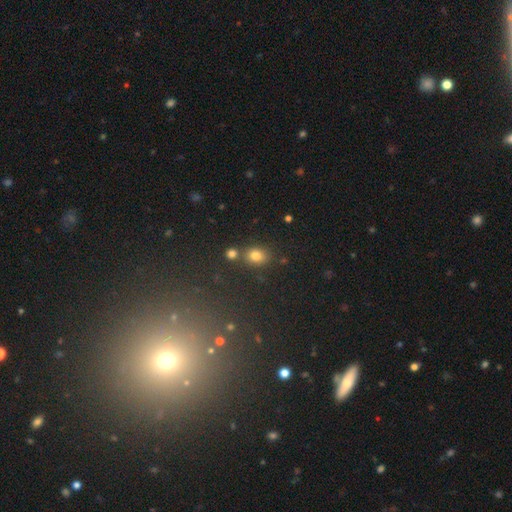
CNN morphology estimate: This is likely a smooth galaxy (77%). How rounded: possibly in between (52%). Merging: likely none (69%).